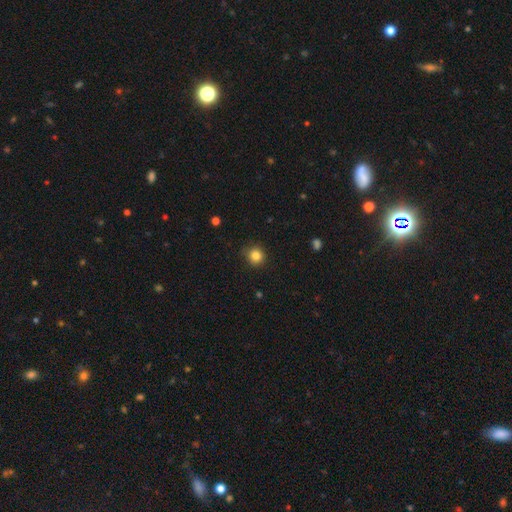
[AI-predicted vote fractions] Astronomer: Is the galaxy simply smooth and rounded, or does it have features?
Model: smooth — 83%.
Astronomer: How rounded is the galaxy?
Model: round — 90%.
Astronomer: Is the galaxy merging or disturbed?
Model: none — 86%.